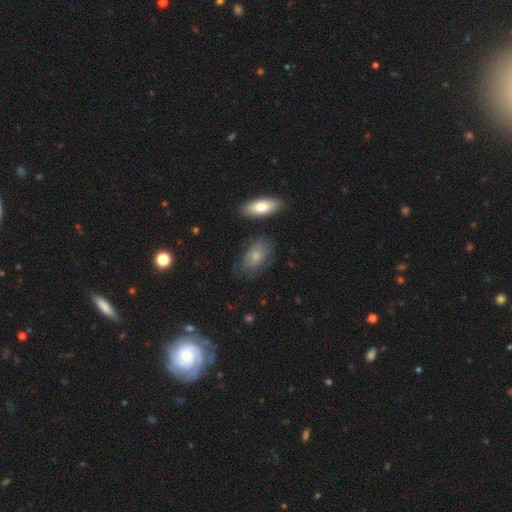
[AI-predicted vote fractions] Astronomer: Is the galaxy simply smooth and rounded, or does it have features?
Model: smooth — 77%.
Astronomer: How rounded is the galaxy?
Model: in between — 90%.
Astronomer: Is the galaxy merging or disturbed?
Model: none — 68%.